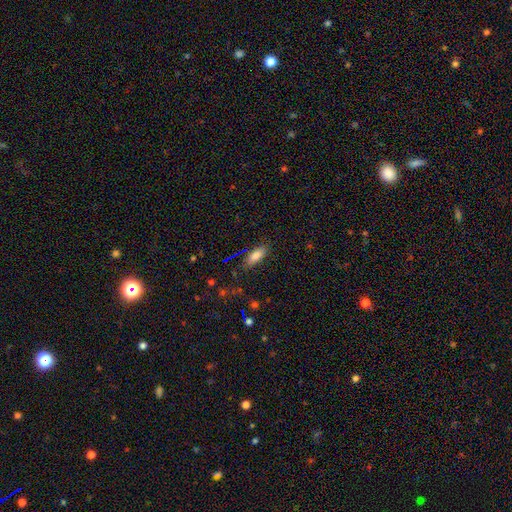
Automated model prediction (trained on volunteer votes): Smooth or featured? Predicted: smooth (p=0.81). How rounded? Predicted: in between (p=0.78). Merging? Predicted: none (p=0.80).